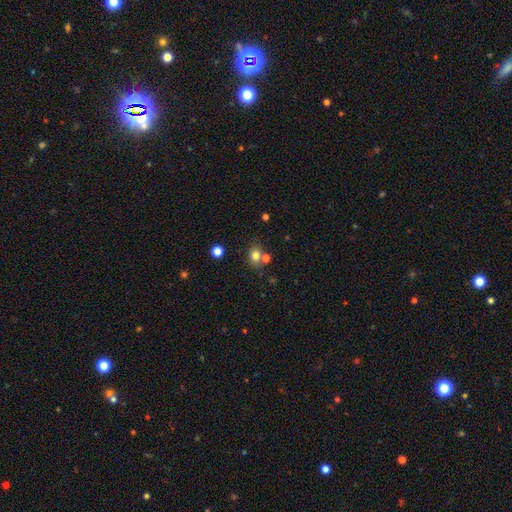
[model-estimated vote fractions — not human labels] The model was most divided on "how rounded": round: 55%, in between: 44%, cigar-shaped: 1%. More confident: smooth or featured — smooth (77%); merging — none (62%).